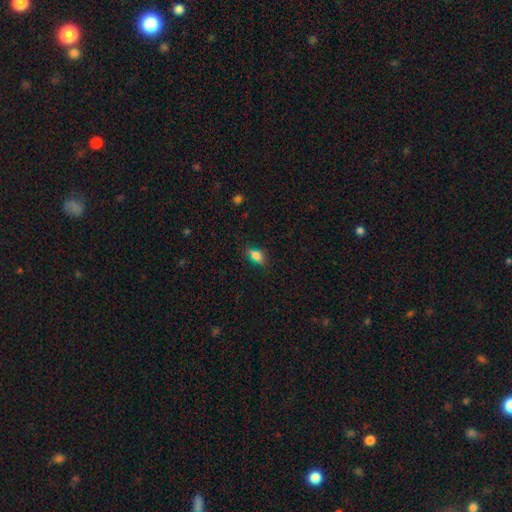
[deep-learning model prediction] A smooth galaxy with no disk features (70%) that is in between round and cigar-shaped (74%). Merging: none (66%).